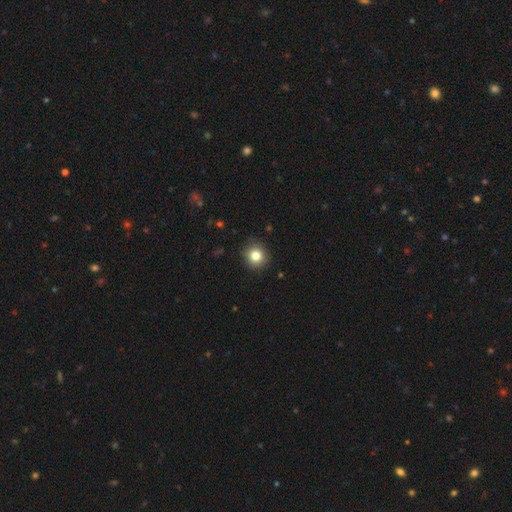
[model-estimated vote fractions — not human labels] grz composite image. It shows a smooth galaxy with no disk features (82%) that is round (89%). Merging: none (88%).